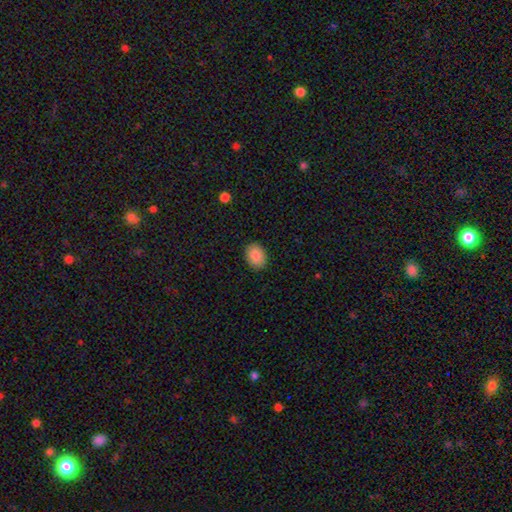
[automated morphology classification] This appears to be a smooth galaxy with no disk features (88%) that is in between round and cigar-shaped (73%). Merging: none (89%).